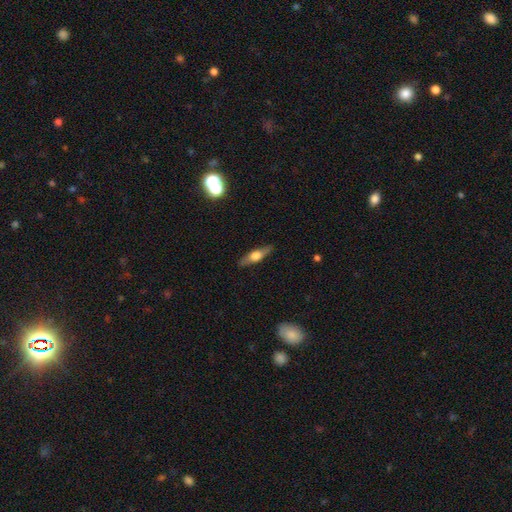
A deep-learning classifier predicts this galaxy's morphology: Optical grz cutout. It shows a featured or disk galaxy (54%) viewed edge-on (89%). Merging: none (88%).